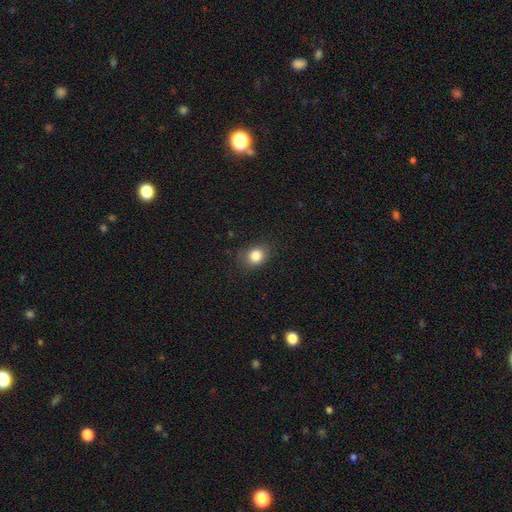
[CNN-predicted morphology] Smooth or featured? Predicted: smooth (p=0.83). How rounded? Predicted: round (p=0.60). Merging? Predicted: none (p=0.81).